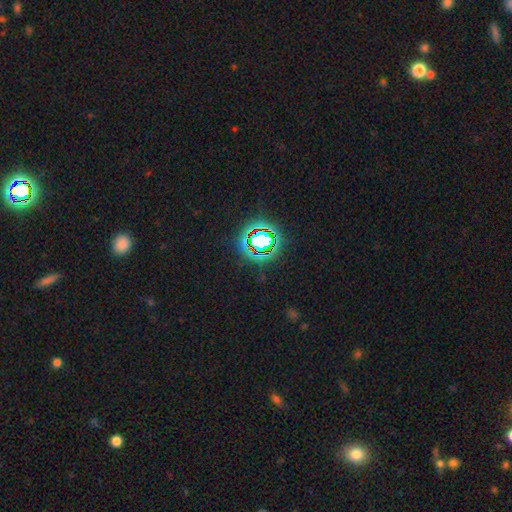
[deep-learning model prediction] Smooth or featured?
  - star or artifact: 78% *
  - smooth: 15%
  - featured or disk: 7%